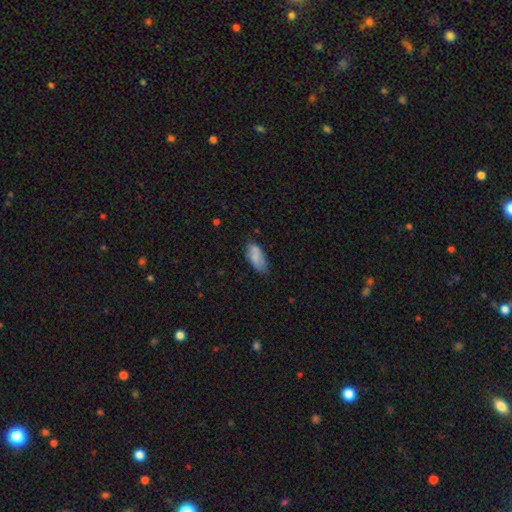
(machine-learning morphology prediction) type=smooth (77%); roundness=in between (88%); merging=none (60%).